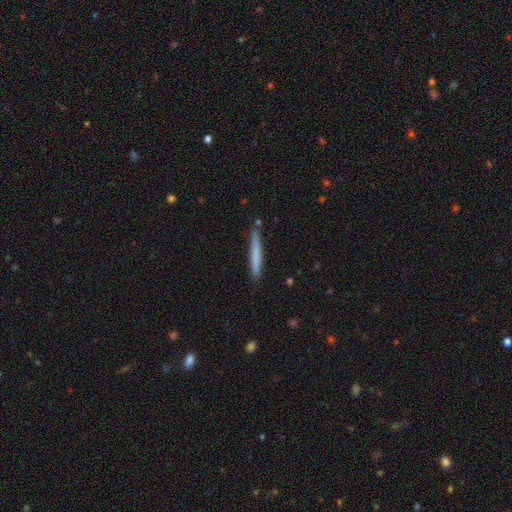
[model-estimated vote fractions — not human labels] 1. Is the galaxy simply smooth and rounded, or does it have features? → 69% smooth, 25% featured or disk, 6% star or artifact.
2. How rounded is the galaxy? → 97% cigar-shaped, 2% in between, 1% round.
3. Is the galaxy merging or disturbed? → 86% none, 11% minor disturbance, 2% merger, 2% major disturbance.